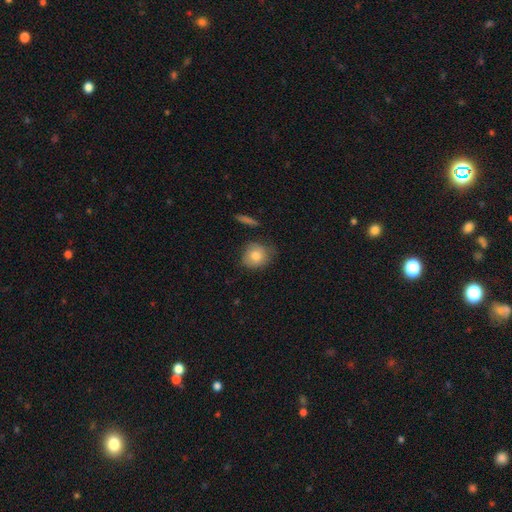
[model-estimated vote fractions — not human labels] Smooth or featured?
  - smooth: 78% *
  - featured or disk: 14%
  - star or artifact: 7%
How rounded?
  - round: 69% *
  - in between: 29%
  - cigar-shaped: 1%
Merging?
  - none: 66% *
  - minor disturbance: 26%
  - major disturbance: 6%
  - merger: 3%